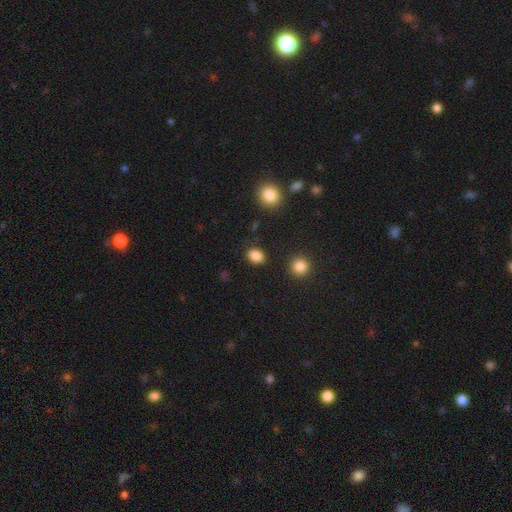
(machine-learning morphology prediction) Overall: smooth (86%). How rounded: in between (67%; round 32%). Merging: none (87%).